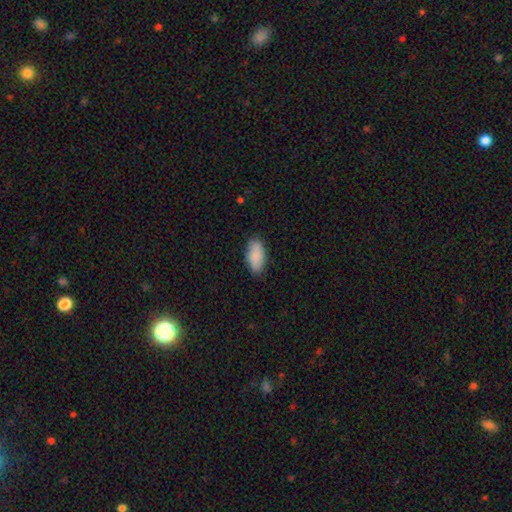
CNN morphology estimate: smooth_or_featured: smooth (p=0.86) [alt: featured or disk p=0.08]
how_rounded: in between (p=0.91) [alt: cigar-shaped p=0.06]
merging: none (p=0.80) [alt: minor disturbance p=0.16]